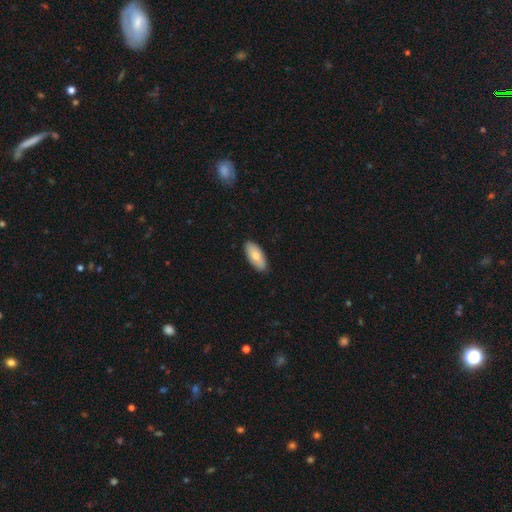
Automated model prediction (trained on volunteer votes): Smooth or featured: smooth — 76% (featured or disk — 18%)
How rounded: in between — 89% (cigar-shaped — 9%)
Merging: none — 88% (minor disturbance — 9%)